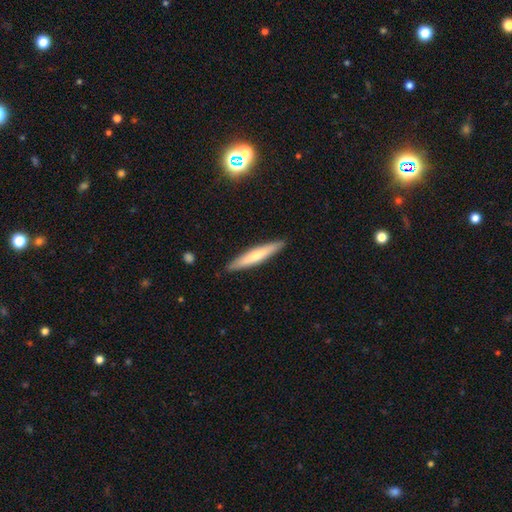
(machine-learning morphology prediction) type=smooth (63%); roundness=cigar-shaped (92%); merging=none (90%).